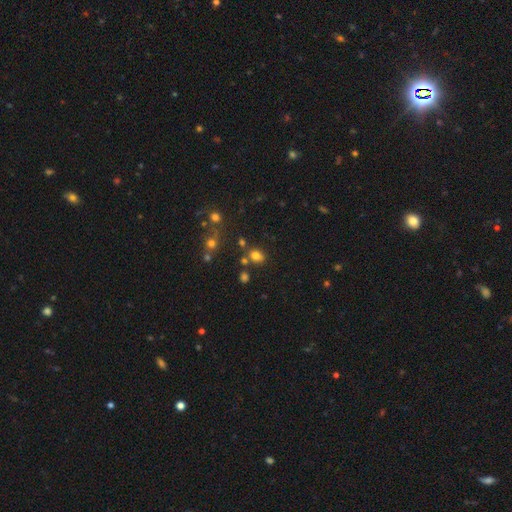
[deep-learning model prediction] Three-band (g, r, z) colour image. It shows a smooth galaxy with no disk features (74%) that is round (50%). Merging: none (69%).